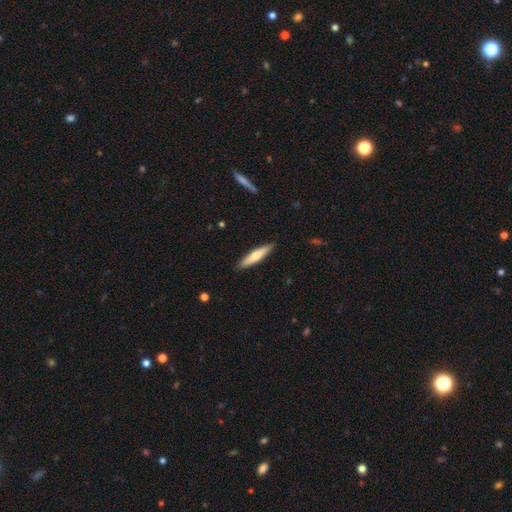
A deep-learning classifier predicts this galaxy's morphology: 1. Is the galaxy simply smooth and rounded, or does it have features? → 63% smooth, 32% featured or disk, 5% star or artifact.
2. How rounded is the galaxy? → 85% cigar-shaped, 14% in between, 1% round.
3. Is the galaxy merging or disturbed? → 90% none, 8% minor disturbance, 1% major disturbance, 1% merger.